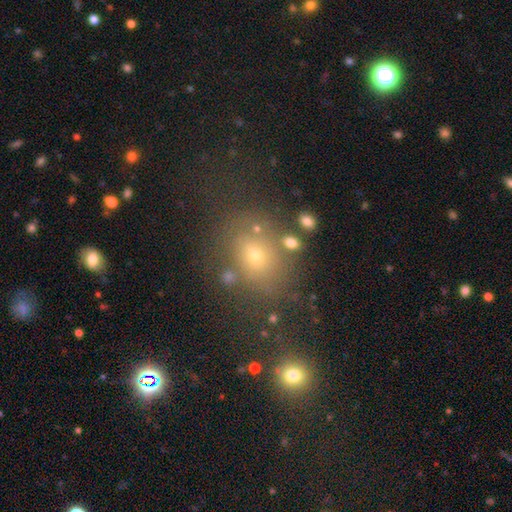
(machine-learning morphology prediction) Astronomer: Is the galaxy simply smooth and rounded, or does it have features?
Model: smooth — 62%.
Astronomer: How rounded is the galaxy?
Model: round — 52% (runner-up: in between, 46%).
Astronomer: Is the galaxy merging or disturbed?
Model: none — 69%.